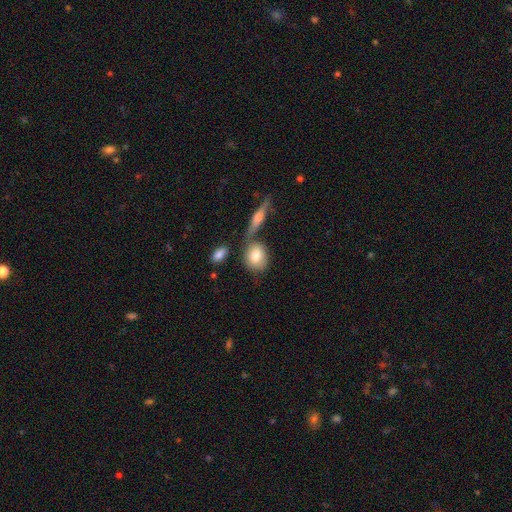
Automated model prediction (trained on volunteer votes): smooth_or_featured: smooth (p=0.78) [alt: featured or disk p=0.15]
how_rounded: round (p=0.48) [tied with: in between p=0.48]
merging: none (p=0.60) [alt: merger p=0.22]